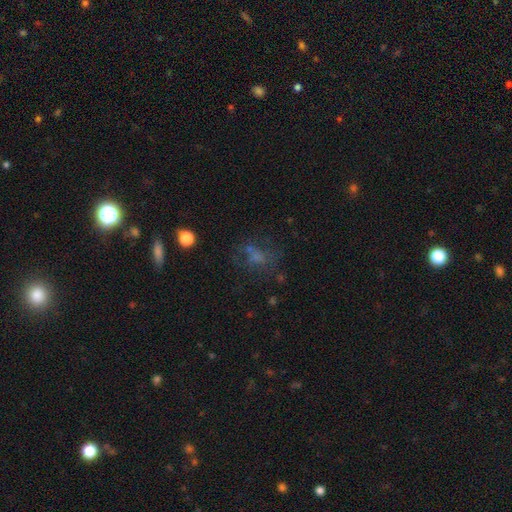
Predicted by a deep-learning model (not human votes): The model was most divided on "smooth or featured": smooth: 45%, featured or disk: 30%, star or artifact: 25%. More confident: merging — none (52%).